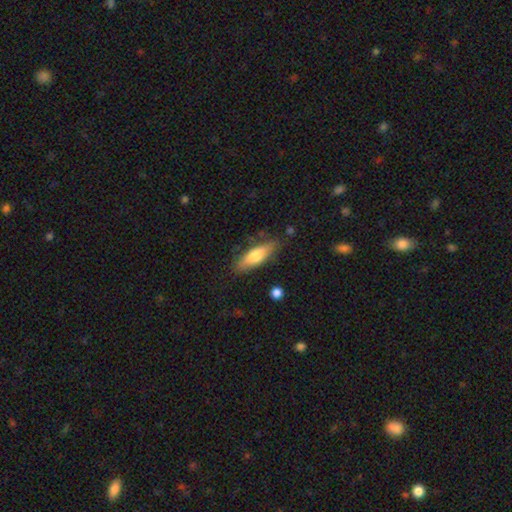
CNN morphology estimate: The model was most divided on "how rounded": cigar-shaped: 50%, in between: 48%, round: 2%. More confident: merging — none (79%); smooth or featured — smooth (67%).